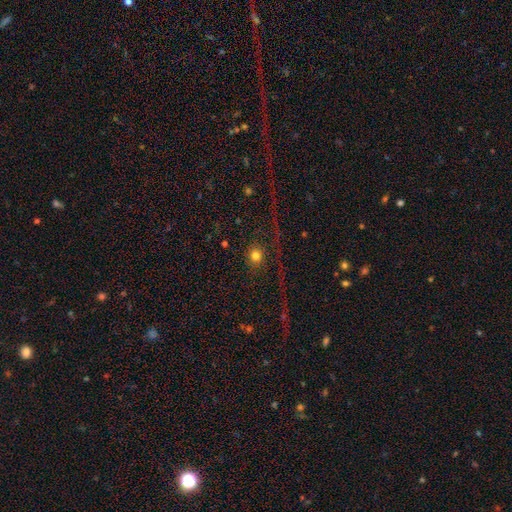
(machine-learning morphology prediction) The model was most divided on "smooth or featured": smooth: 66%, star or artifact: 21%, featured or disk: 13%. More confident: how rounded — round (82%); merging — none (76%).